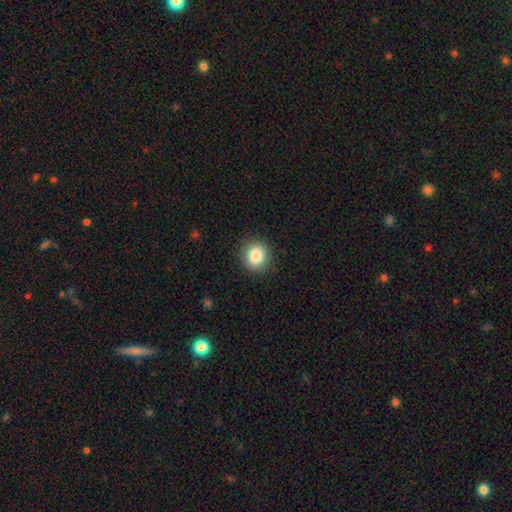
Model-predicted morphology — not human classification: Smooth or featured?
  - smooth: 85% *
  - star or artifact: 9%
  - featured or disk: 5%
How rounded?
  - round: 78% *
  - in between: 21%
  - cigar-shaped: 1%
Merging?
  - none: 89% *
  - minor disturbance: 7%
  - major disturbance: 2%
  - merger: 1%